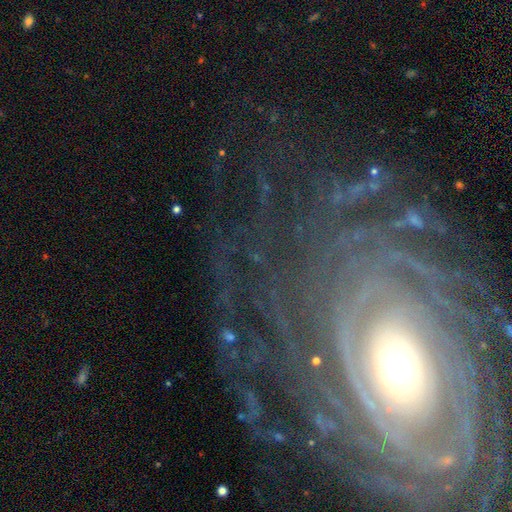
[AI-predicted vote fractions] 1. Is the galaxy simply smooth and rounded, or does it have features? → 86% featured or disk, 8% star or artifact, 6% smooth.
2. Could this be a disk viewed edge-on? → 95% no, 5% yes.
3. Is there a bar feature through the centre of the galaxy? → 64% no, 20% weak, 16% strong.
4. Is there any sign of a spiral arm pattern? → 94% yes, 6% no.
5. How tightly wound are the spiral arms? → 80% tight, 15% medium, 5% loose.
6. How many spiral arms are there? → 30% more than 4 (tied), 30% can't tell (tied), 13% 4, 10% 2, 10% 3, 8% 1.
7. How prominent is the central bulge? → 57% moderate, 29% small, 11% large, 2% dominant, 1% none.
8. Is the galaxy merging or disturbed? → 73% none, 13% minor disturbance, 12% major disturbance, 2% merger.